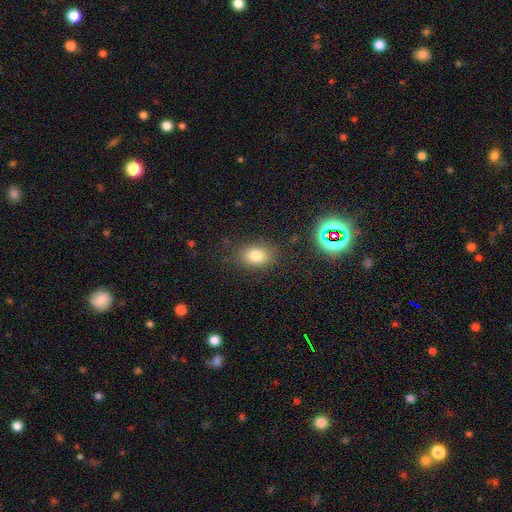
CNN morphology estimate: Q: Smooth or featured?
A: smooth (79%); runner-up: star or artifact (12%)
Q: How rounded?
A: in between (65%); runner-up: round (34%)
Q: Merging?
A: none (82%); runner-up: minor disturbance (12%)